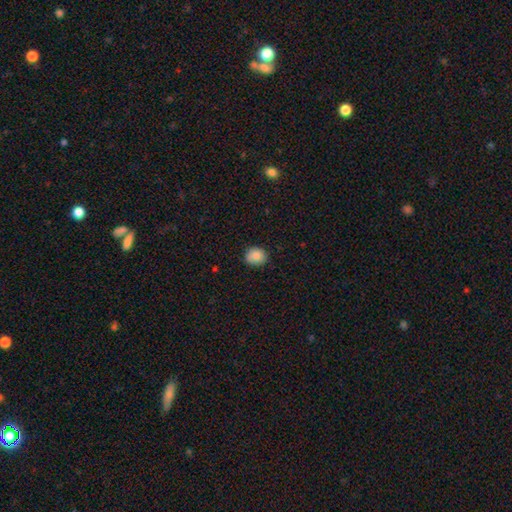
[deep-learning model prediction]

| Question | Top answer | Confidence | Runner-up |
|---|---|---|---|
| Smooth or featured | smooth | 86% | star or artifact (9%) |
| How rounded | round | 64% | in between (36%) |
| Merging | none | 83% | minor disturbance (14%) |